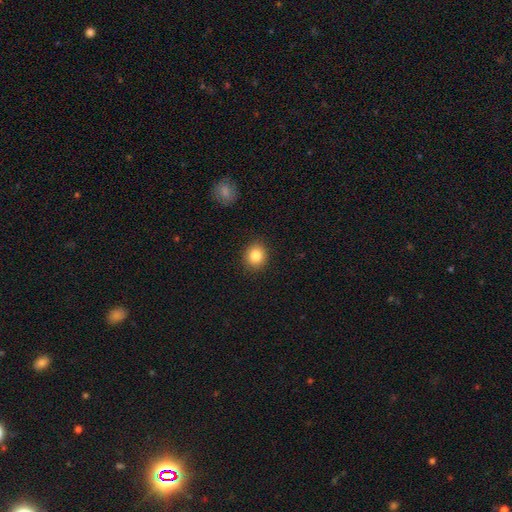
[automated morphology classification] smooth 83%, star or artifact 10%, featured or disk 7%. Down the decision tree: how rounded — round (79%); merging — none (90%).